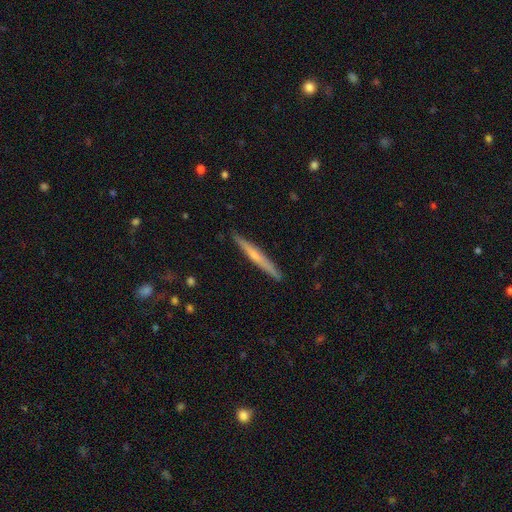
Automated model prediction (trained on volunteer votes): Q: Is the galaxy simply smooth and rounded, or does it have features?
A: featured or disk — 55%.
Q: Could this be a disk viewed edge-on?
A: yes — 97%.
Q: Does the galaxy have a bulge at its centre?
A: rounded — 48%.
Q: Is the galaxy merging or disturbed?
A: none — 91%.